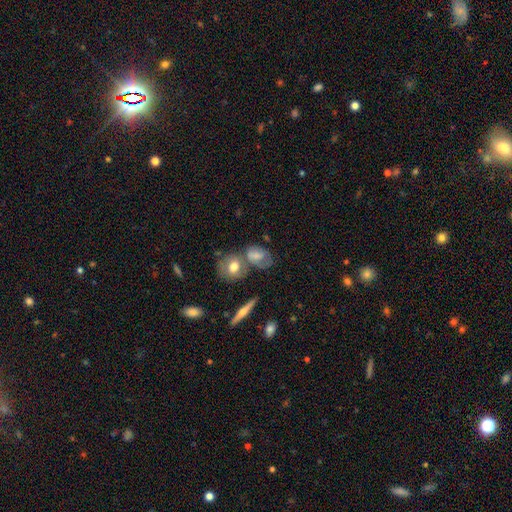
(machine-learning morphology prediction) Smooth or featured? Predicted: smooth (p=0.59). How rounded? Predicted: in between (p=0.73). Merging? Predicted: none (p=0.40).